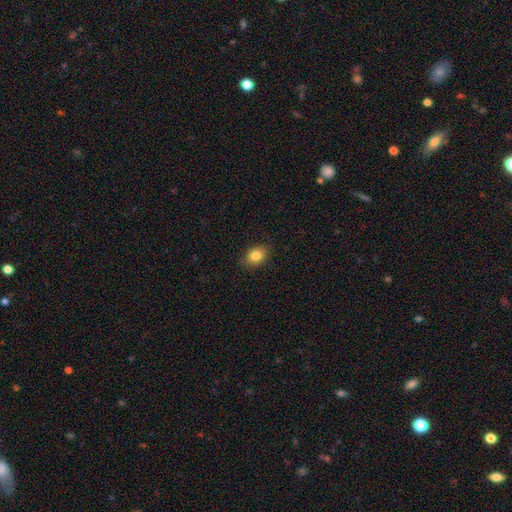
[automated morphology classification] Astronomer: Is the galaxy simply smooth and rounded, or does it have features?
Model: smooth — 83%.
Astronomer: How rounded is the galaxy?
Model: in between — 60% (runner-up: round, 39%).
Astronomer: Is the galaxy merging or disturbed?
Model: none — 86%.